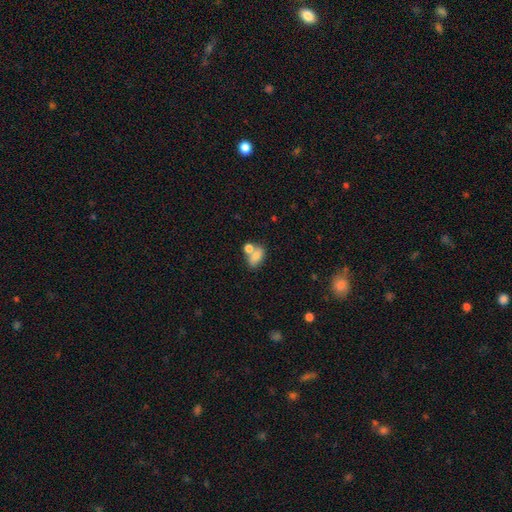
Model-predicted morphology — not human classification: A smooth galaxy with no disk features (79%) that is in between round and cigar-shaped (84%).

Vote fractions:
- Smooth or featured? smooth: 79% / featured or disk: 12% / star or artifact: 9%
- How rounded? in between: 84% / round: 12% / cigar-shaped: 4%
- Merging? merger: 45% / none: 38% / minor disturbance: 12% / major disturbance: 6%